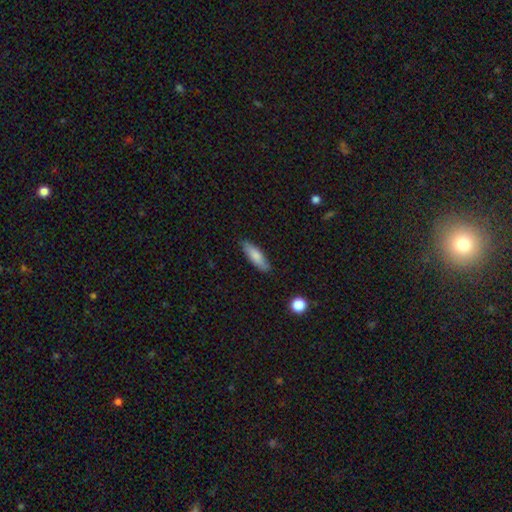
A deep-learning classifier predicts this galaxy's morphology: Smooth or featured? smooth (80%)
How rounded? in between (50%)
Merging? none (84%)